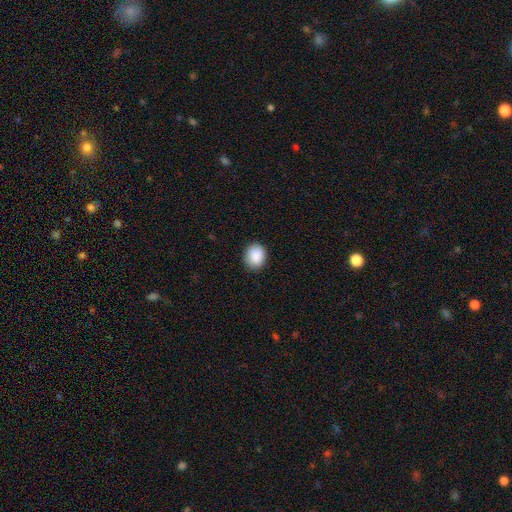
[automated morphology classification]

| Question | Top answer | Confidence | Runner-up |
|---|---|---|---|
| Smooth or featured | smooth | 89% | star or artifact (7%) |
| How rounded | round | 53% | in between (46%) |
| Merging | none | 86% | minor disturbance (11%) |